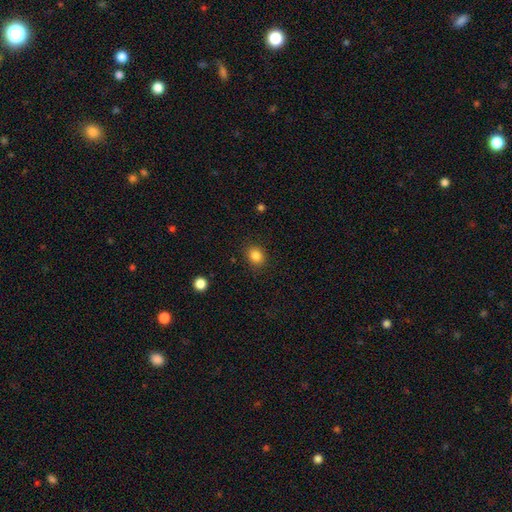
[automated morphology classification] smooth-or-featured: smooth: 85% | star or artifact: 10% | featured or disk: 4%
  how-rounded: round: 60% | in between: 39% | cigar-shaped: 1%
  merging: none: 87% | minor disturbance: 9% | major disturbance: 3% | merger: 1%